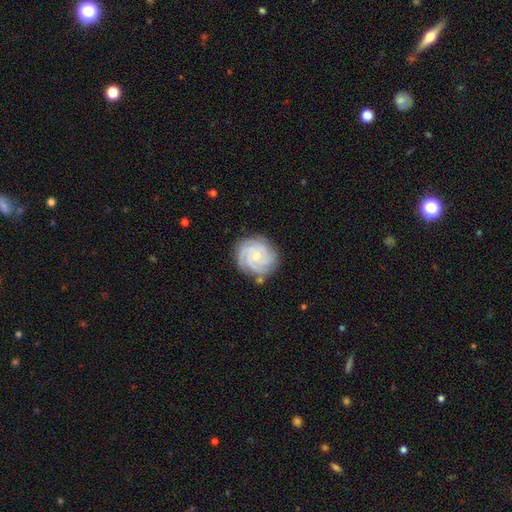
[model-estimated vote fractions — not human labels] Smooth or featured? featured or disk (84%)
Edge-on disk? no (98%)
Bar? no (71%)
Spiral arms? yes (97%)
Spiral winding? tight (75%)
Spiral arm count? 3 (39%)
Bulge size? small (60%)
Merging? none (78%)